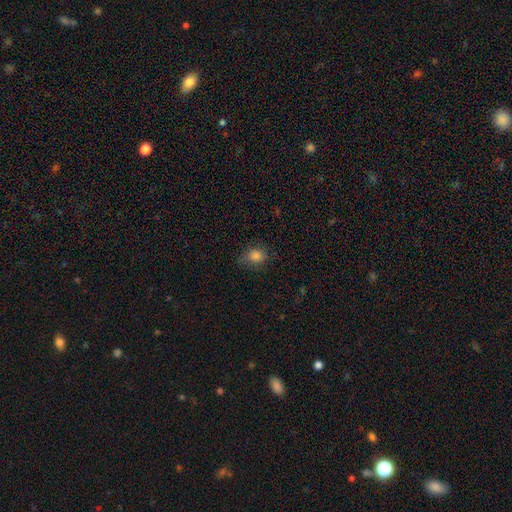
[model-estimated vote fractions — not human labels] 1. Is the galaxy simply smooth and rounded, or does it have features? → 81% smooth, 12% star or artifact, 6% featured or disk.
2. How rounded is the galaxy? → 66% round, 32% in between, 1% cigar-shaped.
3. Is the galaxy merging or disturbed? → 71% none, 22% minor disturbance, 6% major disturbance, 1% merger.